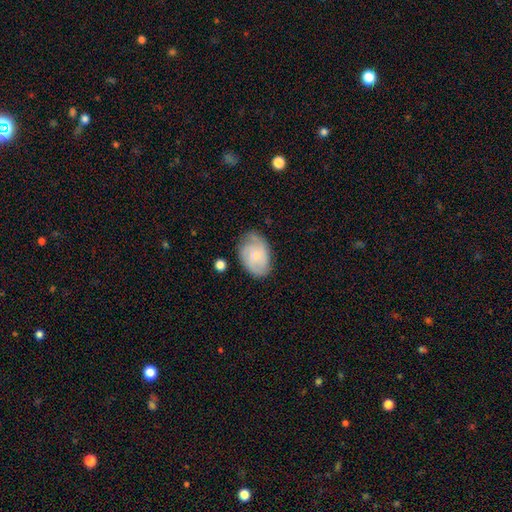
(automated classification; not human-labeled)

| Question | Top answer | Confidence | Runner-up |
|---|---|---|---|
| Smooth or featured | featured or disk | 49% | smooth (44%) |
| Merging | none | 66% | minor disturbance (25%) |